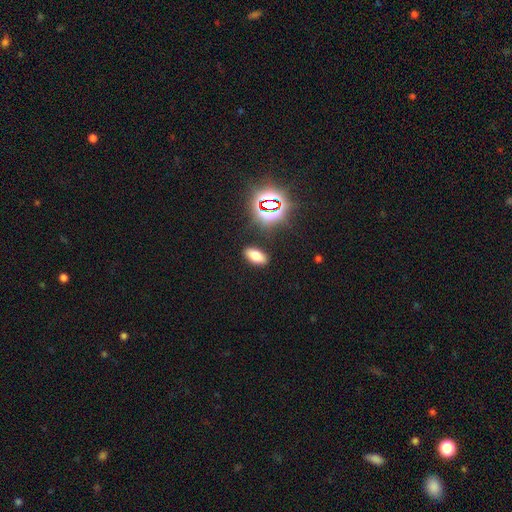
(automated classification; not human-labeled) smooth 66%, star or artifact 23%, featured or disk 10%. Down the decision tree: how rounded — in between (87%); merging — none (89%).